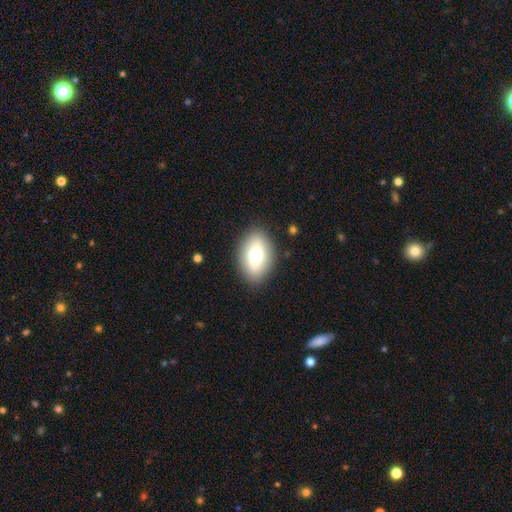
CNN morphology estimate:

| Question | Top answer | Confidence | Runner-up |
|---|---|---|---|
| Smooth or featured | smooth | 71% | featured or disk (21%) |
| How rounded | in between | 85% | round (14%) |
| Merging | none | 87% | minor disturbance (9%) |